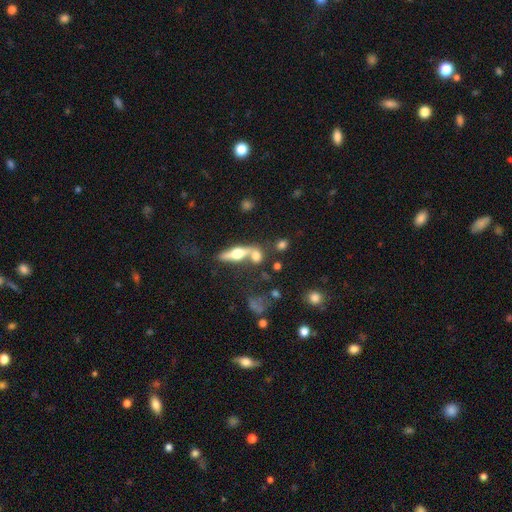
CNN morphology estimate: A featured or disk galaxy (48%).

Vote fractions:
- Smooth or featured? featured or disk: 48% / smooth: 42% / star or artifact: 10%
- Merging? none: 50% / merger: 32% / minor disturbance: 11% / major disturbance: 6%